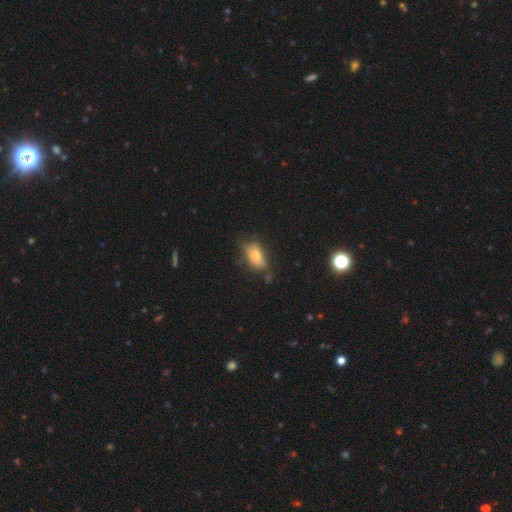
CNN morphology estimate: Smooth or featured?
  - smooth: 77% *
  - featured or disk: 14%
  - star or artifact: 8%
How rounded?
  - in between: 90% *
  - cigar-shaped: 6%
  - round: 4%
Merging?
  - none: 53% *
  - minor disturbance: 29%
  - major disturbance: 12%
  - merger: 6%